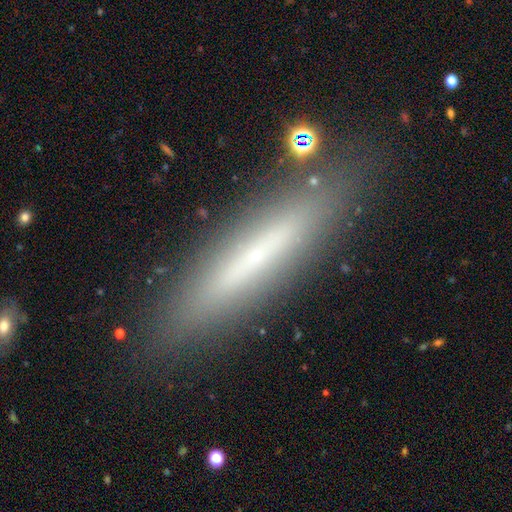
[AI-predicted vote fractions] The model was most divided on "smooth or featured": featured or disk: 51%, smooth: 39%, star or artifact: 10%. More confident: merging — none (85%); edge-on disk — yes (79%).